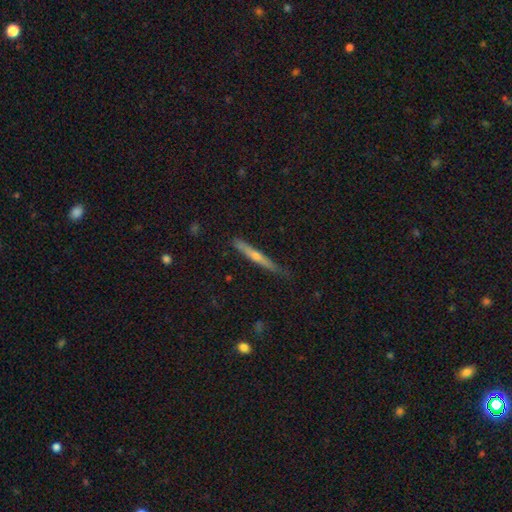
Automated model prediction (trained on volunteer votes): Q: Smooth or featured?
A: featured or disk (59%); runner-up: smooth (35%)
Q: Edge-on disk?
A: yes (96%); runner-up: no (4%)
Q: Edge-on bulge?
A: rounded (73%); runner-up: none (24%)
Q: Merging?
A: none (80%); runner-up: minor disturbance (16%)